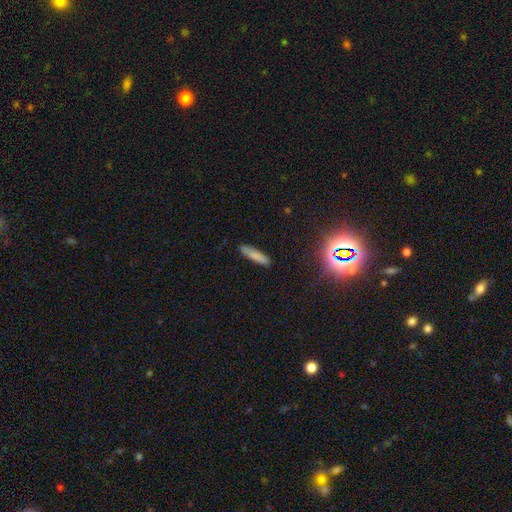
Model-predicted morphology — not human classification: smooth 80%, featured or disk 12%, star or artifact 8%. Down the decision tree: how rounded — cigar-shaped (83%); merging — none (85%).